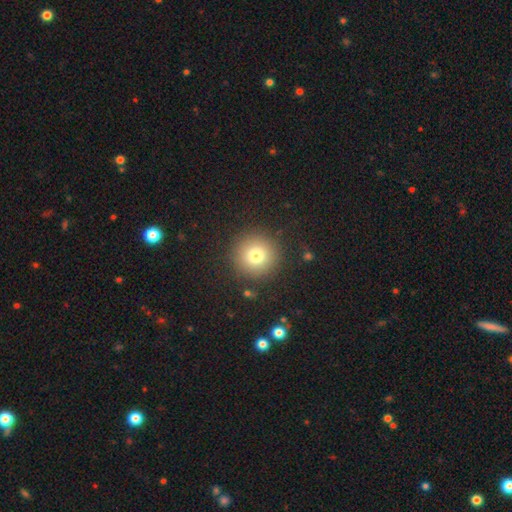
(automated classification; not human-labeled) Smooth or featured: smooth — 77% (star or artifact — 13%)
How rounded: round — 96% (in between — 3%)
Merging: none — 90% (minor disturbance — 6%)